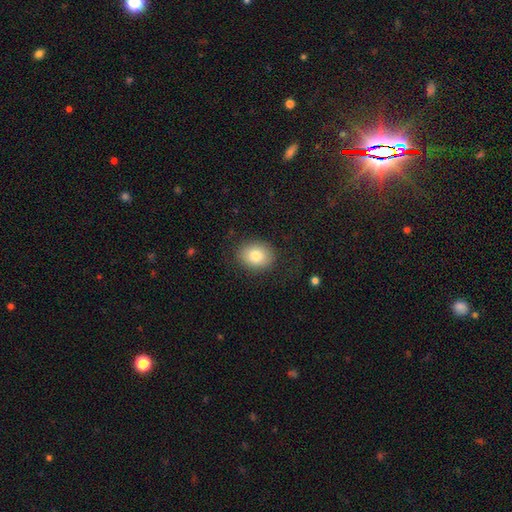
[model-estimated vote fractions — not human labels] A smooth galaxy with no disk features (81%) that is round (54%). Merging: none (83%).